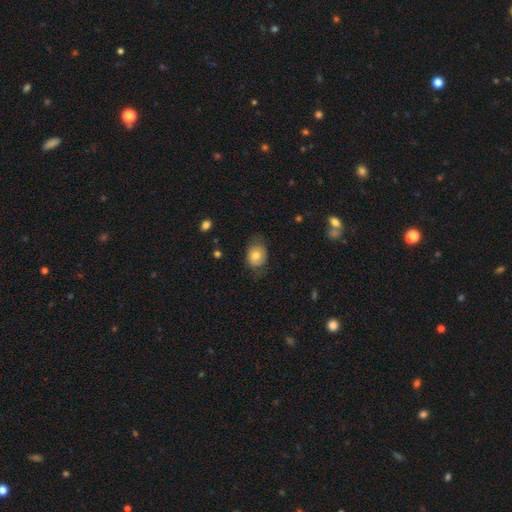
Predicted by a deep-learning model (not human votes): smooth_or_featured: smooth (p=0.72) [alt: featured or disk p=0.20]
how_rounded: in between (p=0.57) [alt: round p=0.42]
merging: none (p=0.63) [alt: minor disturbance p=0.27]